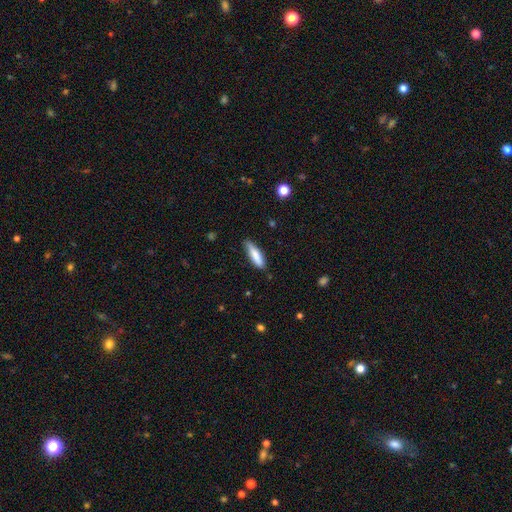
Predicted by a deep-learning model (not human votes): Q: Smooth or featured?
A: smooth (82%); runner-up: featured or disk (12%)
Q: How rounded?
A: cigar-shaped (67%); runner-up: in between (31%)
Q: Merging?
A: none (76%); runner-up: minor disturbance (19%)